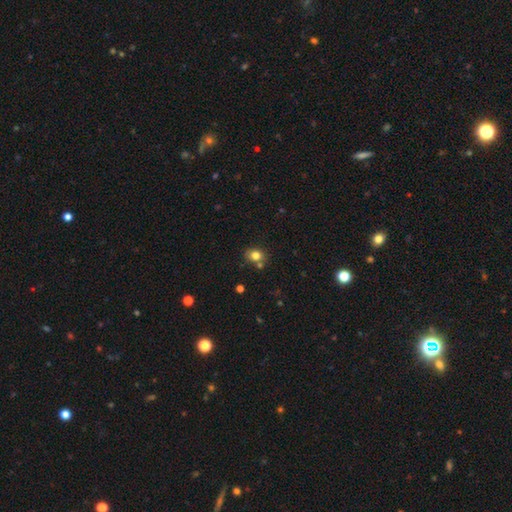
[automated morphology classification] Smooth or featured: smooth — 79% (star or artifact — 12%)
How rounded: round — 60% (in between — 39%)
Merging: none — 69% (merger — 15%)